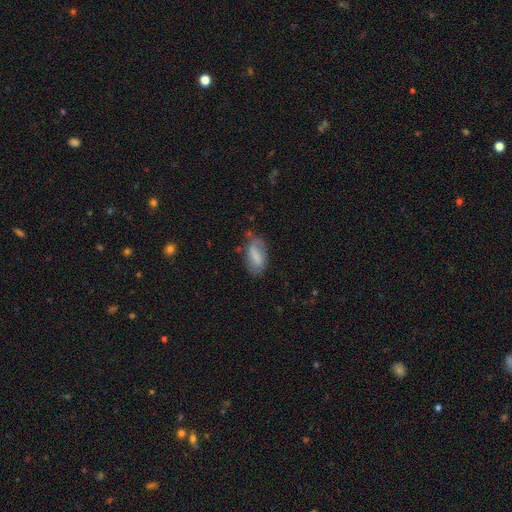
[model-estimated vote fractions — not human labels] This is likely a smooth galaxy (62%). How rounded: clearly in between (89%). Merging: possibly none (57%).